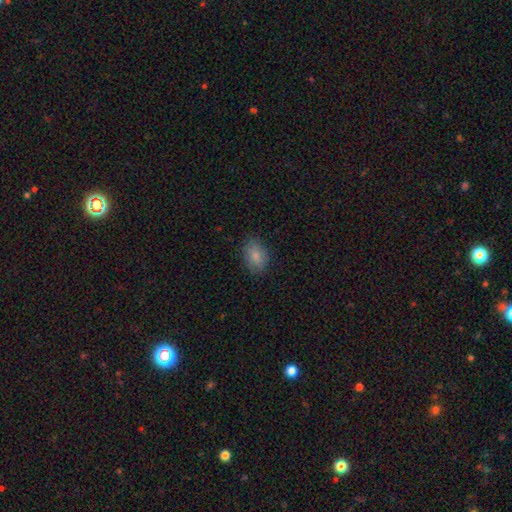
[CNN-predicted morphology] smooth-or-featured: smooth: 85% | star or artifact: 8% | featured or disk: 7%
  how-rounded: in between: 81% | round: 18% | cigar-shaped: 1%
  merging: none: 84% | minor disturbance: 12% | major disturbance: 3% | merger: 1%